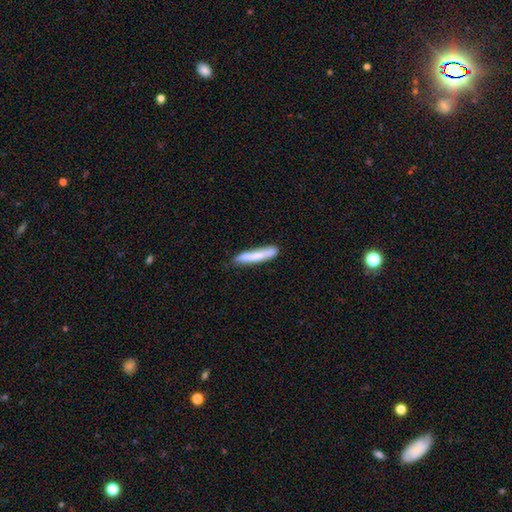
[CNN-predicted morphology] smooth_or_featured: smooth (p=0.63) [alt: featured or disk p=0.31]
how_rounded: cigar-shaped (p=0.92) [alt: in between p=0.07]
merging: none (p=0.70) [alt: minor disturbance p=0.19]